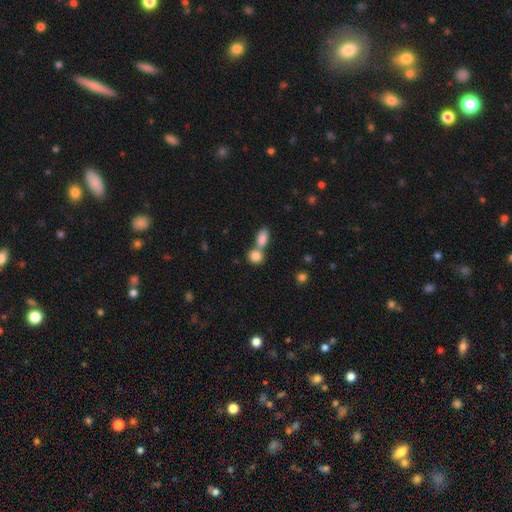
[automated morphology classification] Smooth or featured: smooth — 84% (star or artifact — 8%)
How rounded: round — 49% (in between — 48%)
Merging: merger — 56% (none — 35%)